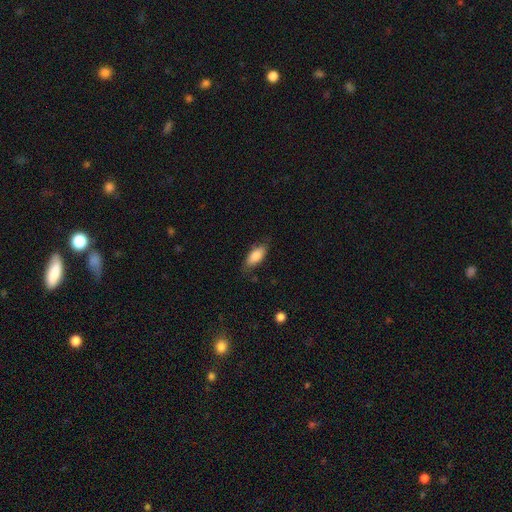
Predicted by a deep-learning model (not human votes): Smooth or featured? Predicted: smooth (p=0.81). How rounded? Predicted: in between (p=0.83). Merging? Predicted: none (p=0.76).